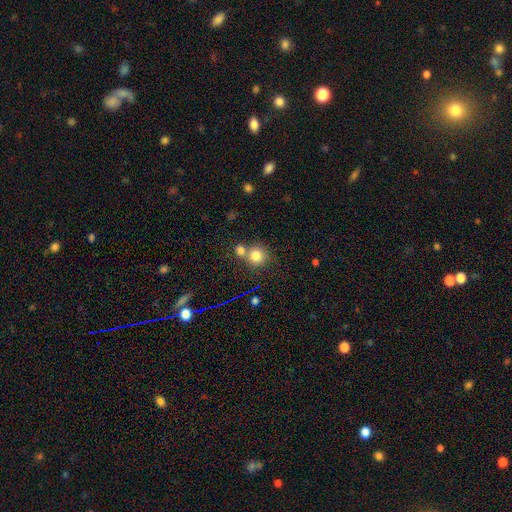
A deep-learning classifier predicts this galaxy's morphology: Smooth or featured?
  - smooth: 80% *
  - star or artifact: 11%
  - featured or disk: 9%
How rounded?
  - round: 87% *
  - in between: 12%
  - cigar-shaped: 1%
Merging?
  - none: 53% *
  - merger: 36%
  - minor disturbance: 8%
  - major disturbance: 3%